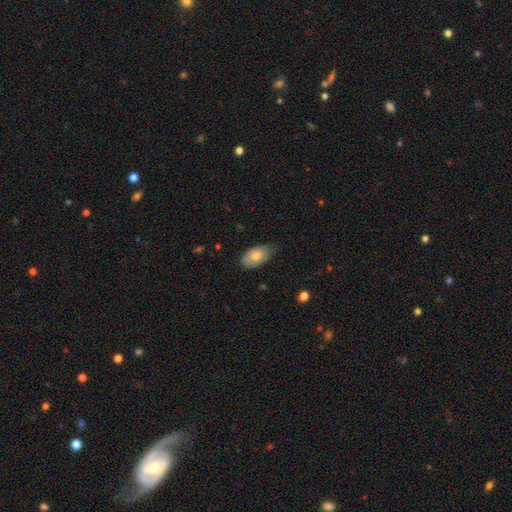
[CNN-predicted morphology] Smooth or featured?
  - smooth: 76% *
  - featured or disk: 18%
  - star or artifact: 6%
How rounded?
  - in between: 94% *
  - round: 4%
  - cigar-shaped: 2%
Merging?
  - none: 72% *
  - minor disturbance: 24%
  - major disturbance: 3%
  - merger: 1%